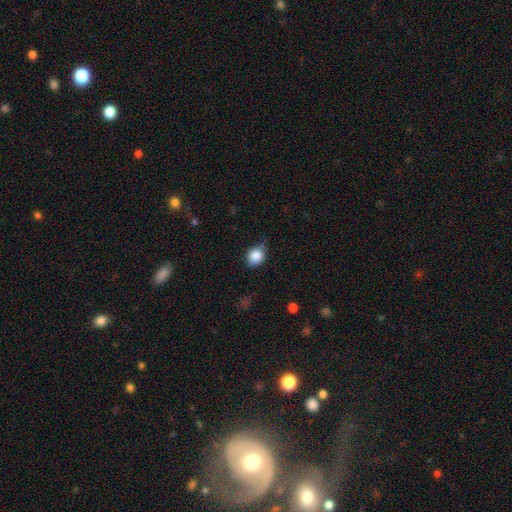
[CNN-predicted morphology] Smooth or featured? smooth (84%)
How rounded? round (76%)
Merging? none (66%)